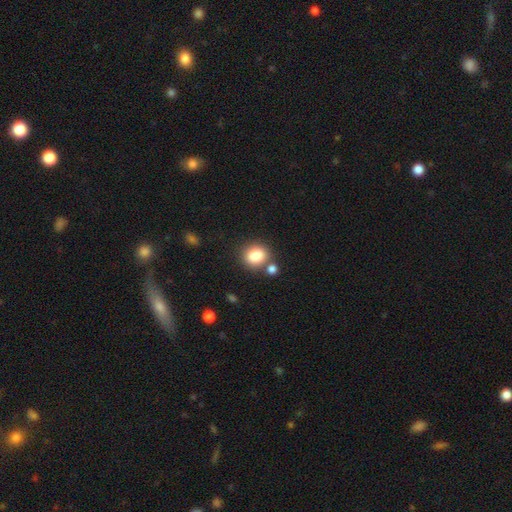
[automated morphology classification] This appears to be a smooth galaxy with no disk features (83%) that is round (73%). Merging: none (72%).